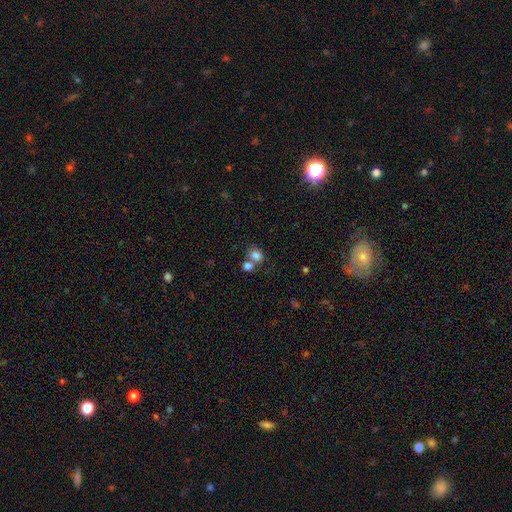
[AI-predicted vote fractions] Overall: smooth (80%). How rounded: round (54%; in between 45%). Merging: none (45%; merger 40%).